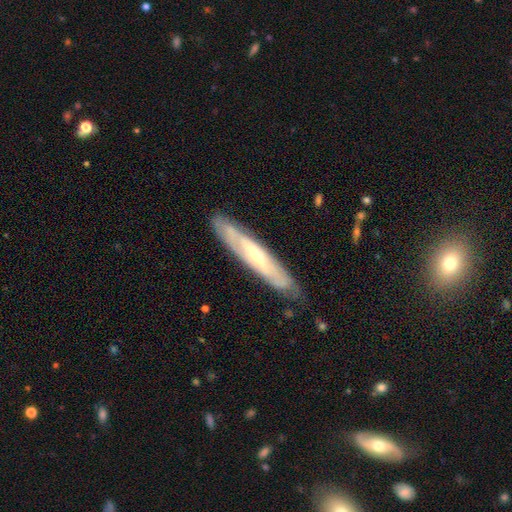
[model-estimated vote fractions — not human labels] Smooth or featured?
  - featured or disk: 70% *
  - smooth: 24%
  - star or artifact: 6%
Edge-on disk?
  - yes: 53% *
  - no: 47%
Merging?
  - none: 81% *
  - minor disturbance: 15%
  - major disturbance: 3%
  - merger: 1%